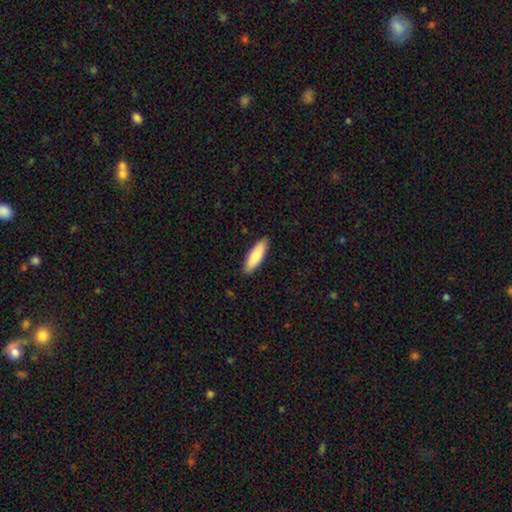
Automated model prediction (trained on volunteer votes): Q: Smooth or featured?
A: smooth (81%); runner-up: featured or disk (13%)
Q: How rounded?
A: cigar-shaped (55%); runner-up: in between (44%)
Q: Merging?
A: none (90%); runner-up: minor disturbance (8%)